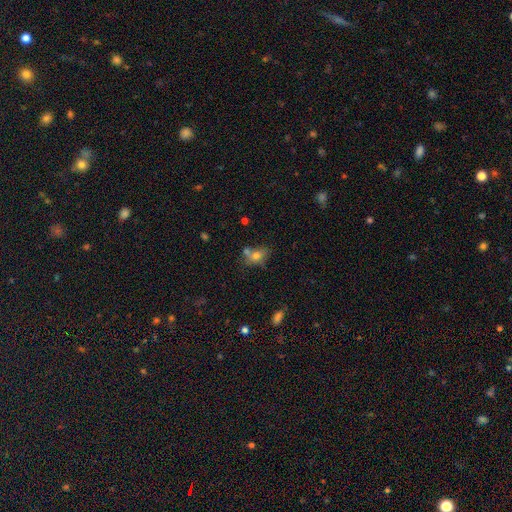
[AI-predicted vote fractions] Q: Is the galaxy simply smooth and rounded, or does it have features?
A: smooth — 68%.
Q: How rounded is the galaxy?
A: in between — 64%.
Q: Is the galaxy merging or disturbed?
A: none — 47%.